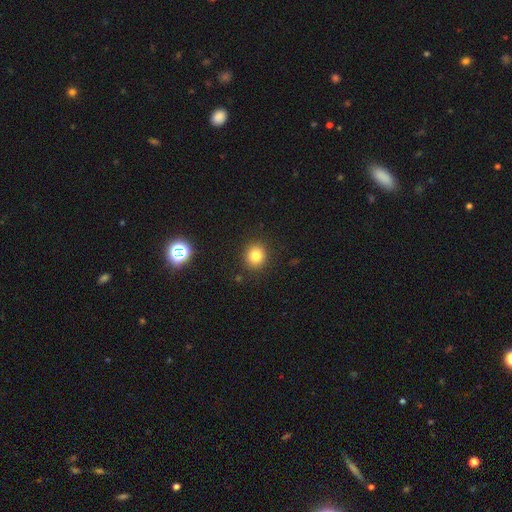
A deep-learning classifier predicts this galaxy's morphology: A smooth galaxy with no disk features (80%) that is round (84%).

Vote fractions:
- Smooth or featured? smooth: 80% / star or artifact: 13% / featured or disk: 7%
- How rounded? round: 84% / in between: 15% / cigar-shaped: 1%
- Merging? none: 89% / minor disturbance: 7% / major disturbance: 2% / merger: 1%